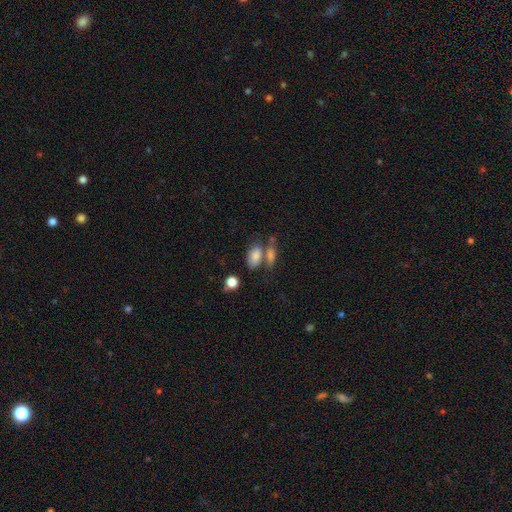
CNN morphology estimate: Smooth or featured?
  - smooth: 79% *
  - featured or disk: 12%
  - star or artifact: 9%
How rounded?
  - in between: 88% *
  - round: 8%
  - cigar-shaped: 4%
Merging?
  - none: 39% *
  - merger: 37%
  - minor disturbance: 15%
  - major disturbance: 8%